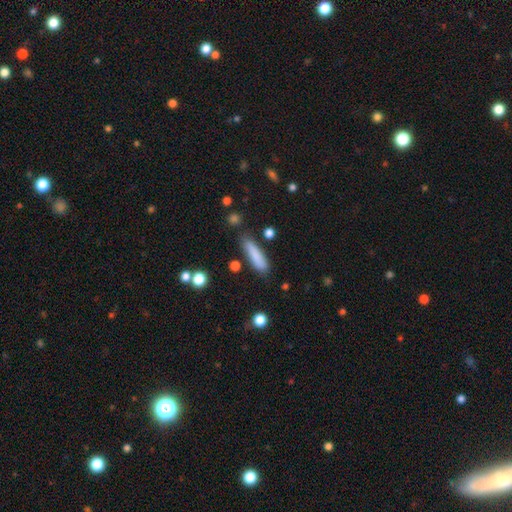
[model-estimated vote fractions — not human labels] Smooth or featured: smooth — 83% (featured or disk — 10%)
How rounded: cigar-shaped — 75% (in between — 24%)
Merging: none — 79% (minor disturbance — 15%)